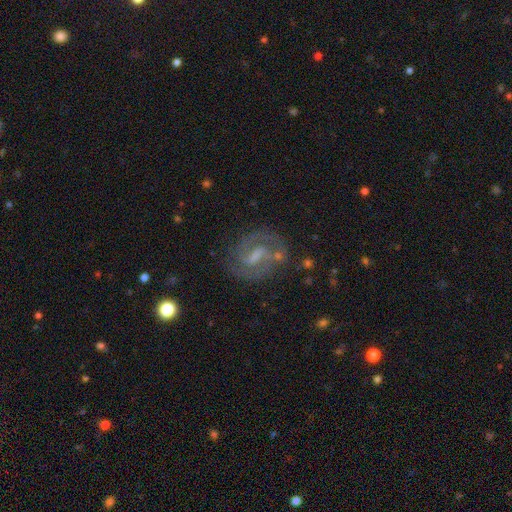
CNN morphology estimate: type=featured or disk (82%); edge-on=no (97%); bar=weak (50%); spiral arms=yes (93%); winding=medium (52%); arm count=2 (84%); bulge=small (38%); merging=none (74%).